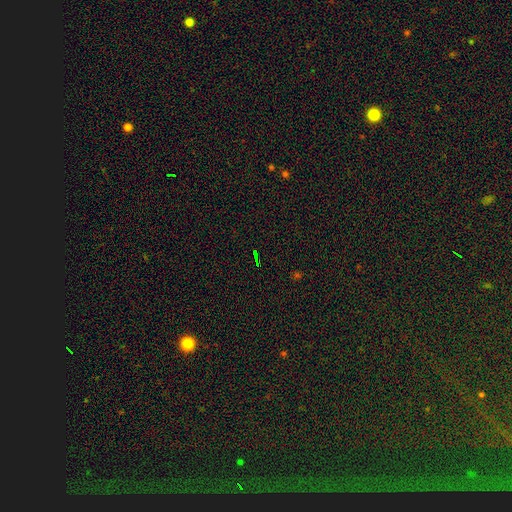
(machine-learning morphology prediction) A star or artifact, not a galaxy (76%).